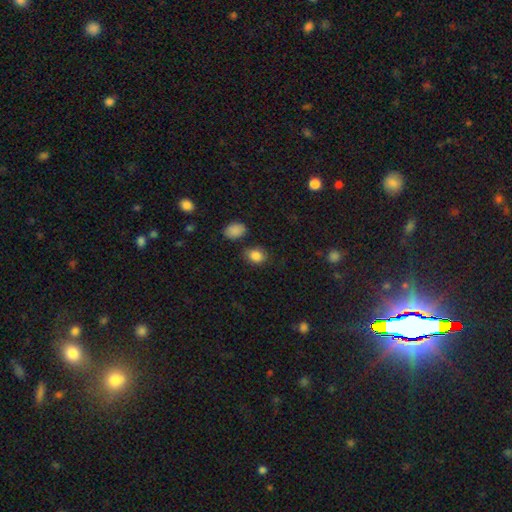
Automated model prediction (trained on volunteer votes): Morphology: type=smooth (86%); roundness=in between (64%); merging=none (76%).